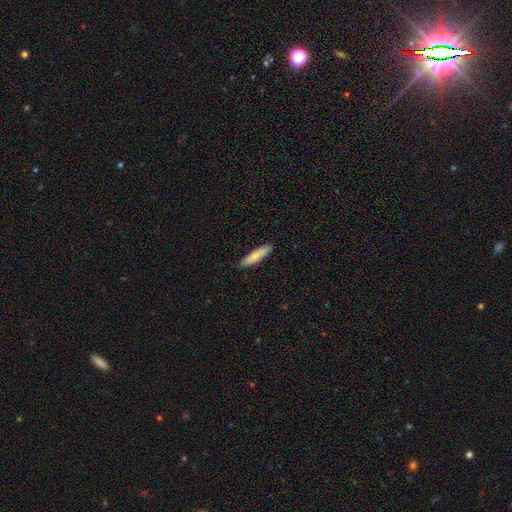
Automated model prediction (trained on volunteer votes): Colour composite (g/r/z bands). It shows a smooth galaxy with no disk features (80%) that is cigar-shaped (79%). Merging: none (88%).